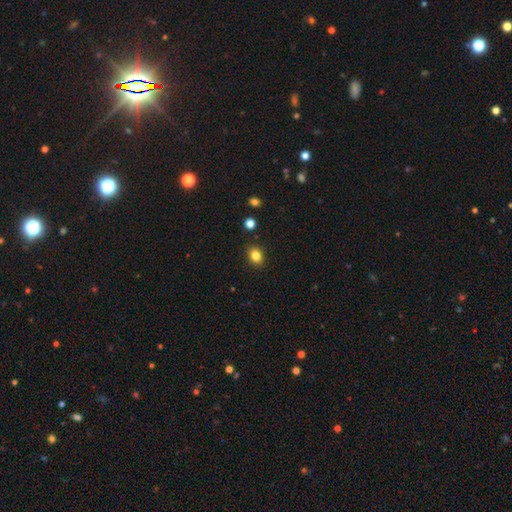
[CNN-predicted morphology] A smooth galaxy with no disk features (82%) that is in between round and cigar-shaped (56%). Merging: none (88%).